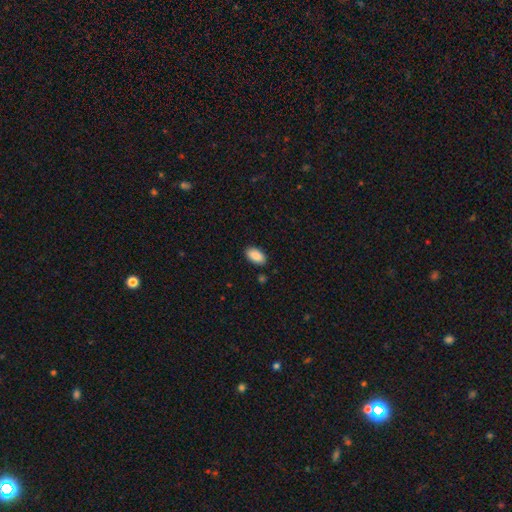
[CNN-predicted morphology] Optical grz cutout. It shows a smooth galaxy with no disk features (90%) that is in between round and cigar-shaped (95%). Merging: none (87%).